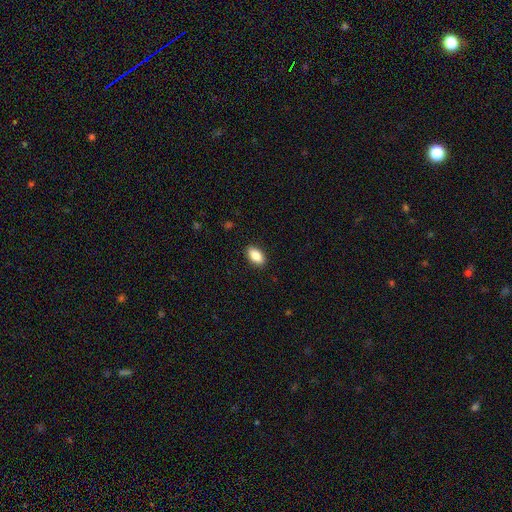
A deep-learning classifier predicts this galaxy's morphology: This is clearly a smooth galaxy (86%). How rounded: clearly in between (92%). Merging: clearly none (90%).